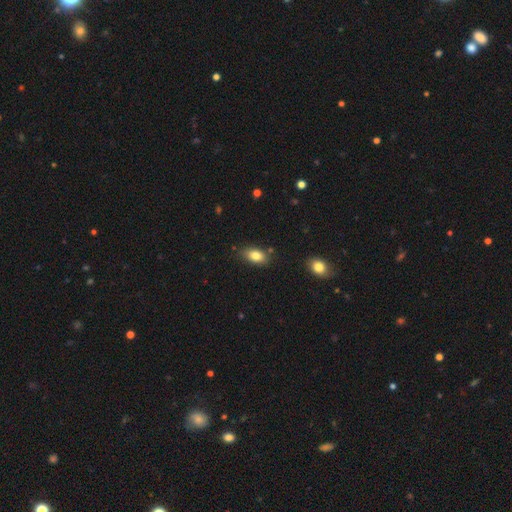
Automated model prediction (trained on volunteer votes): Overall: smooth (83%). How rounded: in between (89%). Merging: none (78%).